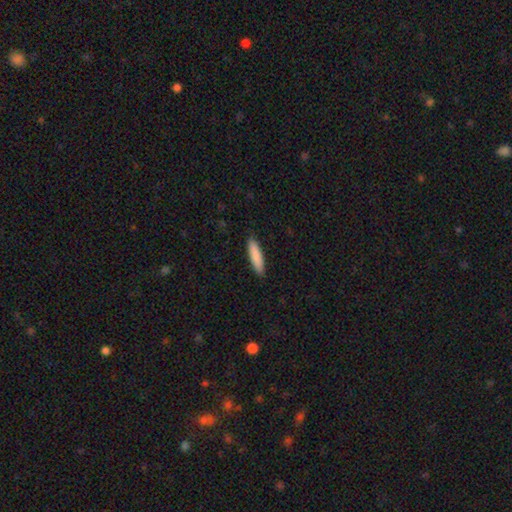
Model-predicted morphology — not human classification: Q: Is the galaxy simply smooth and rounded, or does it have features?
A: smooth — 87%.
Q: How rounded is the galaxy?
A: cigar-shaped — 76%.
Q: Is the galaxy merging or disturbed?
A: none — 89%.